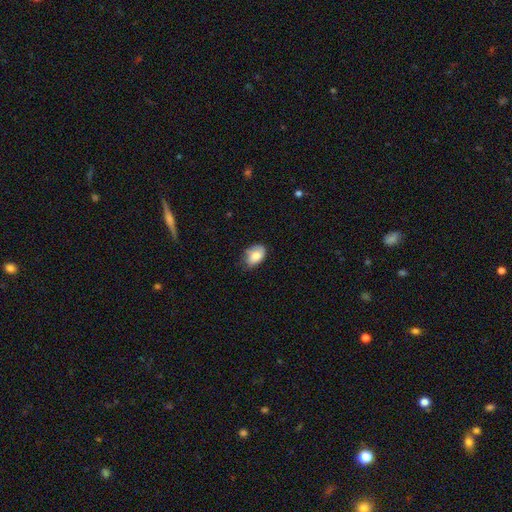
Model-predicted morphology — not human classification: A smooth galaxy with no disk features (80%) that is in between round and cigar-shaped (85%). Merging: none (55%).